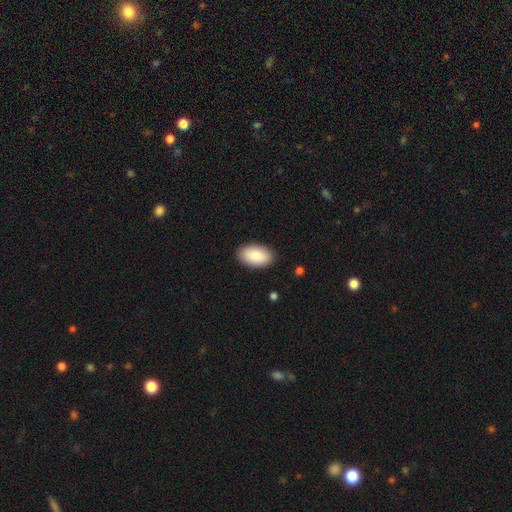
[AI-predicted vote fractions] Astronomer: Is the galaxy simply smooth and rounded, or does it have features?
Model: smooth — 87%.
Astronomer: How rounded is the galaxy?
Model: in between — 95%.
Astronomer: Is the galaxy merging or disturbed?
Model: none — 89%.